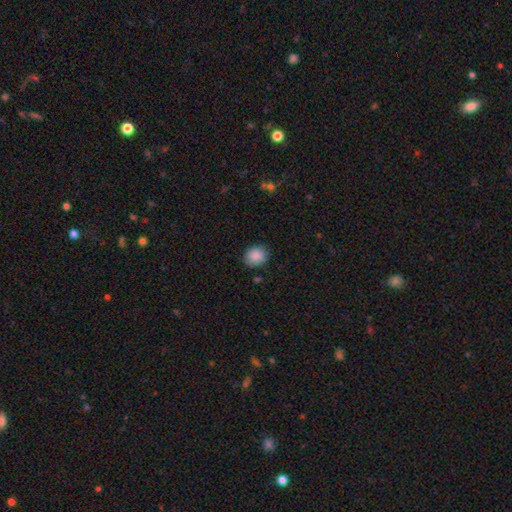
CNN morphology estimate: Smooth or featured? Predicted: smooth (p=0.88). How rounded? Predicted: round (p=0.71). Merging? Predicted: none (p=0.85).